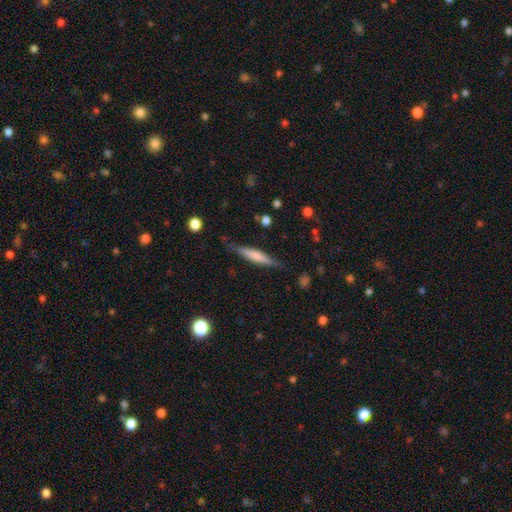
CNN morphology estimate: smooth-or-featured: smooth: 58% | featured or disk: 36% | star or artifact: 6%
  how-rounded: cigar-shaped: 88% | in between: 10% | round: 2%
  merging: none: 80% | minor disturbance: 15% | major disturbance: 3% | merger: 2%